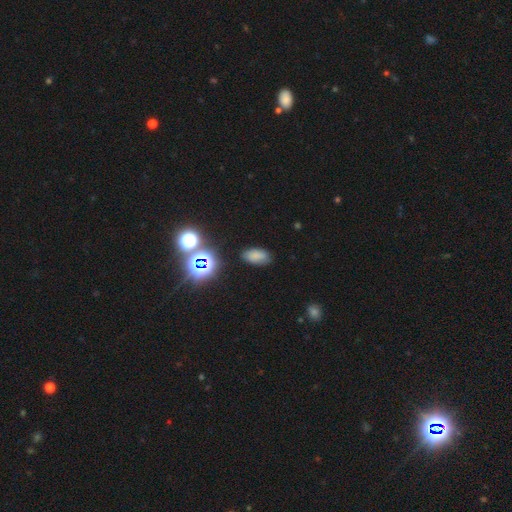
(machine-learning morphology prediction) Smooth or featured: smooth — 69% (star or artifact — 21%)
How rounded: in between — 91% (round — 6%)
Merging: none — 81% (minor disturbance — 13%)